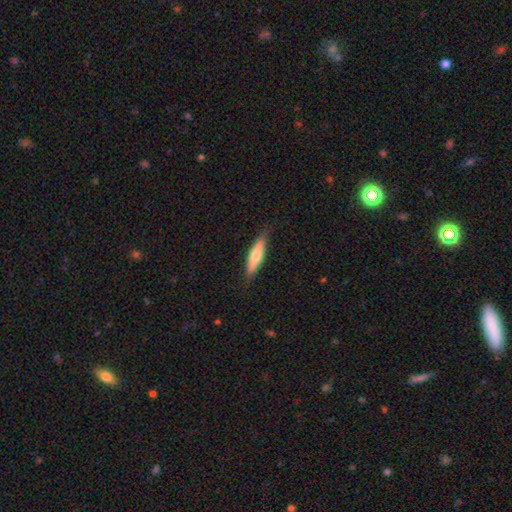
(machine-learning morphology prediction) Overall: smooth (59%; featured or disk 36%). How rounded: cigar-shaped (64%; in between 34%). Merging: none (82%).